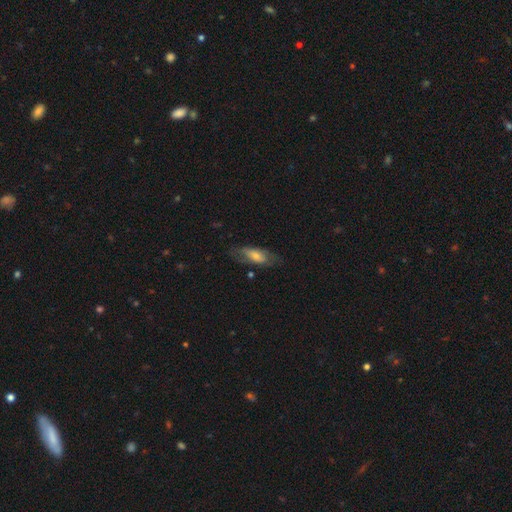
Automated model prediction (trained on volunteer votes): The model was most divided on "smooth or featured": smooth: 49%, featured or disk: 44%, star or artifact: 7%. More confident: merging — none (64%).